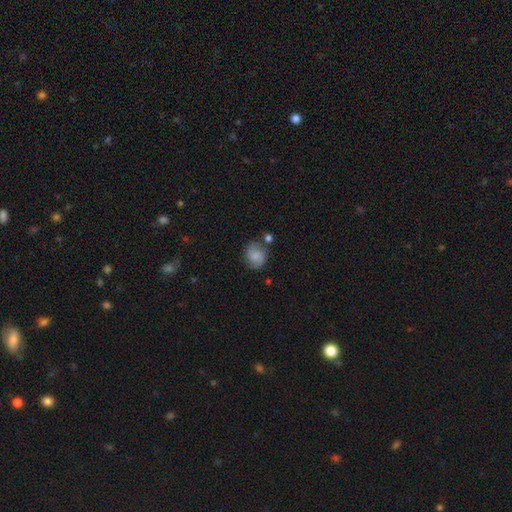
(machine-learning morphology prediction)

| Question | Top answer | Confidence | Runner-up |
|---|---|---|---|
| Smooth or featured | smooth | 66% | featured or disk (25%) |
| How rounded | round | 71% | in between (28%) |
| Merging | none | 68% | minor disturbance (18%) |